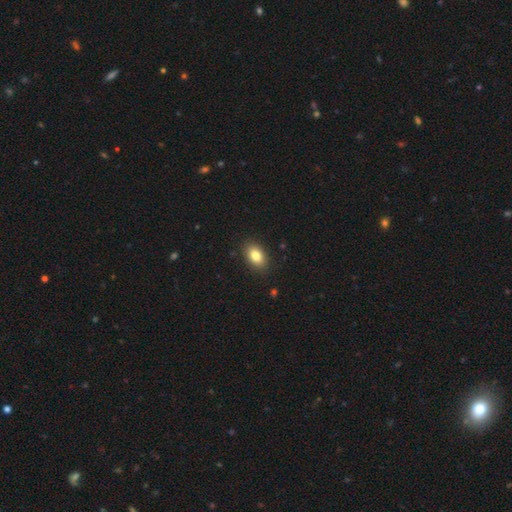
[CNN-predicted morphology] smooth 83%, featured or disk 9%, star or artifact 8%. Down the decision tree: how rounded — in between (87%); merging — none (88%).